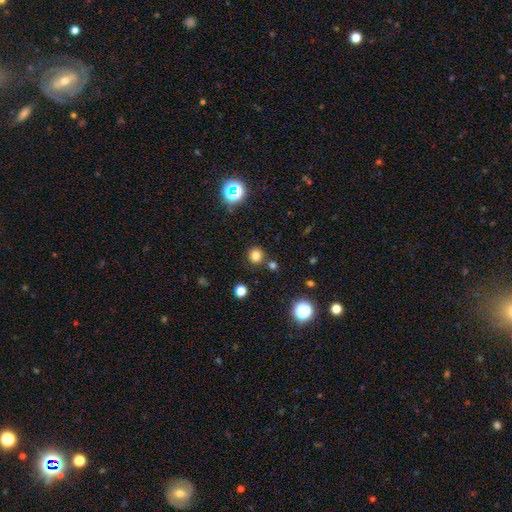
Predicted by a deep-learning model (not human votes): This appears to be a smooth galaxy with no disk features (78%) that is round (90%). Merging: none (83%).